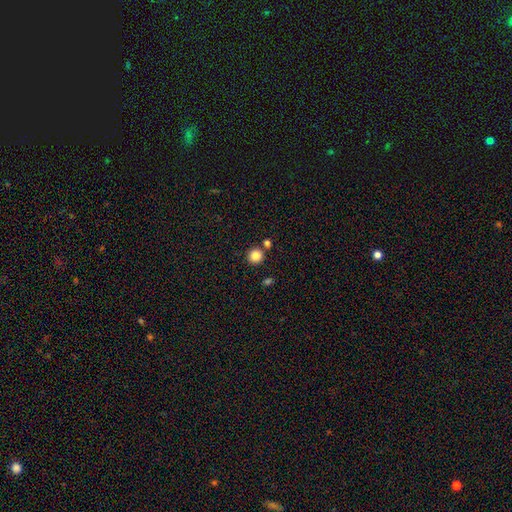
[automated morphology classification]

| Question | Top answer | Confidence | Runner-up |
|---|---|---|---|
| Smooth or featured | smooth | 85% | star or artifact (11%) |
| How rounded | round | 93% | in between (6%) |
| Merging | none | 83% | merger (8%) |